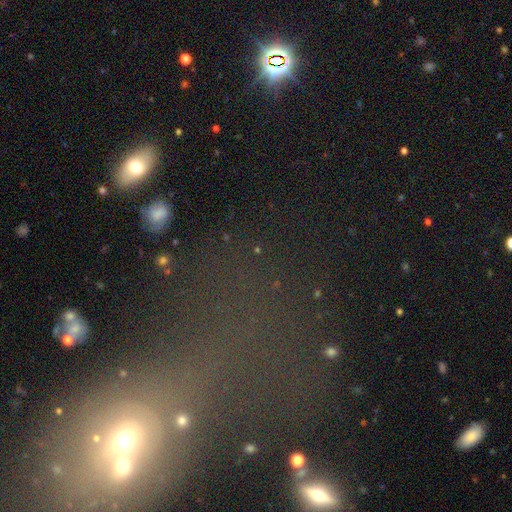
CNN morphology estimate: Smooth or featured?
  - star or artifact: 43% *
  - smooth: 38%
  - featured or disk: 19%